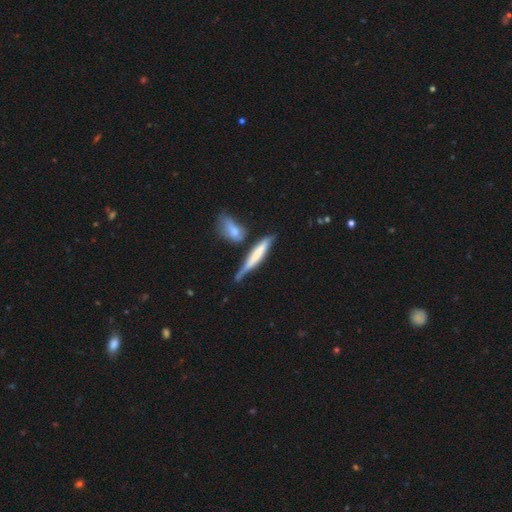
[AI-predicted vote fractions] This is possibly a smooth galaxy (53%). How rounded: clearly cigar-shaped (88%). Merging: possibly none (49%).